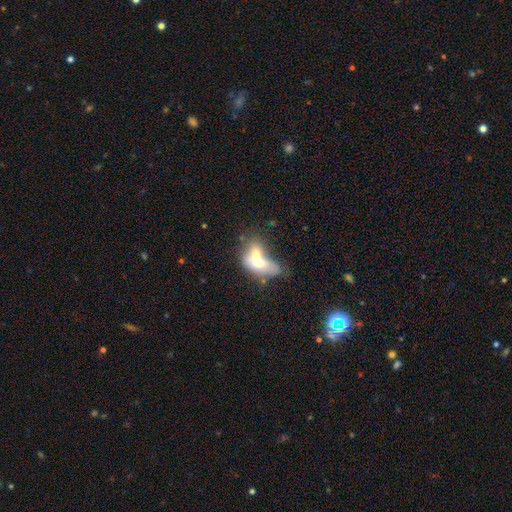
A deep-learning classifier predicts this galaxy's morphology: A smooth galaxy with no disk features (59%) that is in between round and cigar-shaped (78%). Merging: merger (75%).